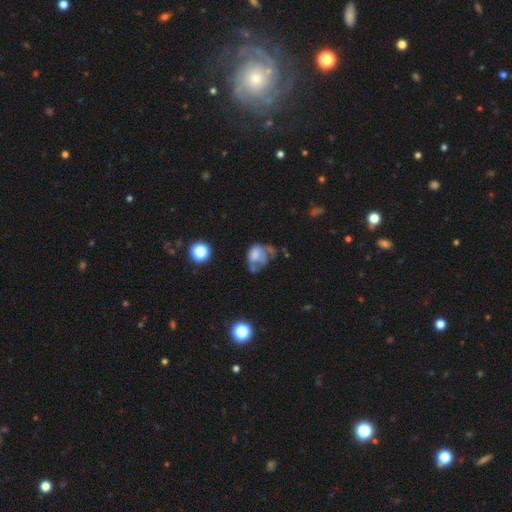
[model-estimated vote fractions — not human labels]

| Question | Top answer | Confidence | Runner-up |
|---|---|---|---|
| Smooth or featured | smooth | 45% | featured or disk (41%) |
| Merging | major disturbance | 40% | minor disturbance (24%) |